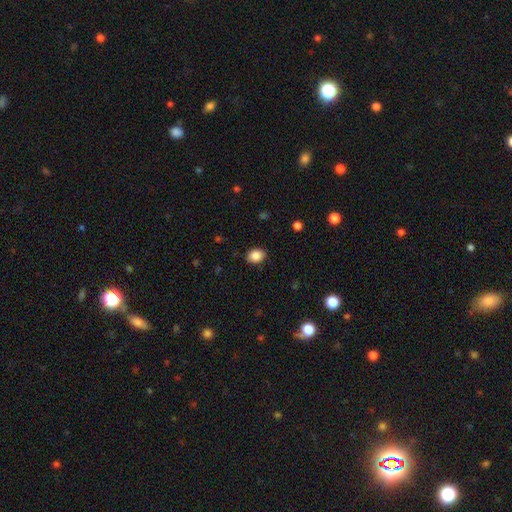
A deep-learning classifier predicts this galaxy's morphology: The model was most divided on "how rounded": in between: 57%, round: 42%, cigar-shaped: 1%. More confident: merging — none (89%); smooth or featured — smooth (88%).